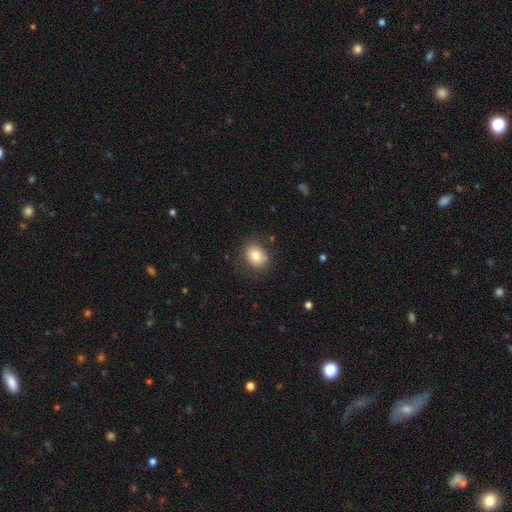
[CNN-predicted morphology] type=smooth (81%); roundness=in between (51%); merging=none (81%).